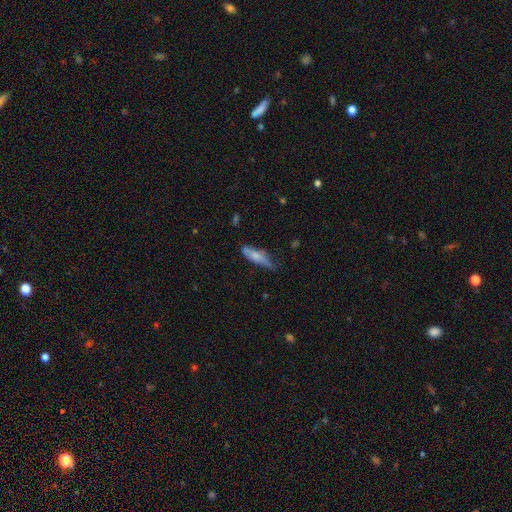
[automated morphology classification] smooth-or-featured: smooth: 66% | featured or disk: 27% | star or artifact: 7%
  how-rounded: cigar-shaped: 60% | in between: 38% | round: 2%
  merging: none: 51% | minor disturbance: 35% | major disturbance: 10% | merger: 4%